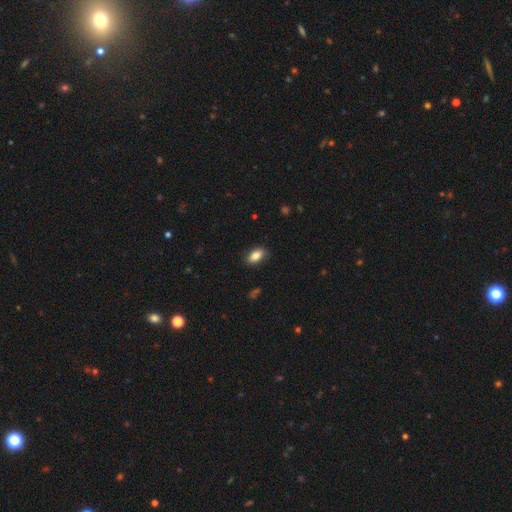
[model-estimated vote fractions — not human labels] Smooth or featured: smooth — 85% (featured or disk — 8%)
How rounded: in between — 91% (round — 5%)
Merging: none — 86% (minor disturbance — 11%)